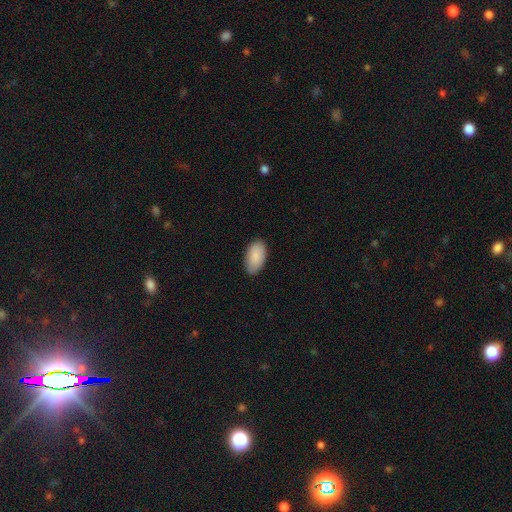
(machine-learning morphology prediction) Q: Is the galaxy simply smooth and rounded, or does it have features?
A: smooth — 90%.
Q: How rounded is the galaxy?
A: in between — 95%.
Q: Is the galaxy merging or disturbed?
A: none — 84%.